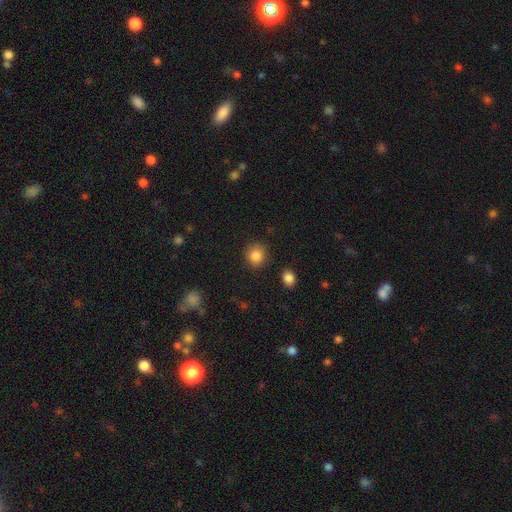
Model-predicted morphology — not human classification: Smooth or featured: smooth — 86% (star or artifact — 10%)
How rounded: round — 85% (in between — 14%)
Merging: none — 87% (minor disturbance — 9%)